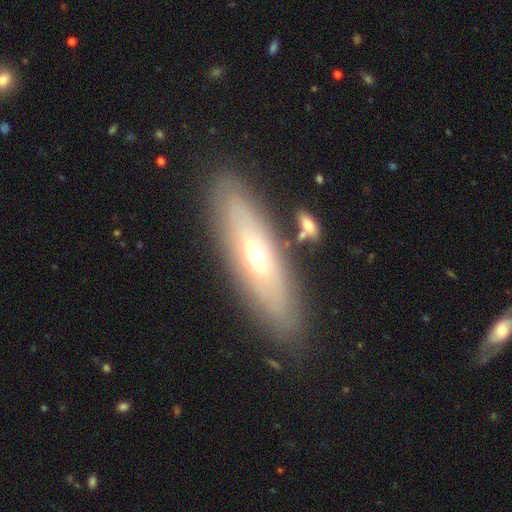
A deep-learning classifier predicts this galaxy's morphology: A featured or disk galaxy (58%). Merging: none (82%).